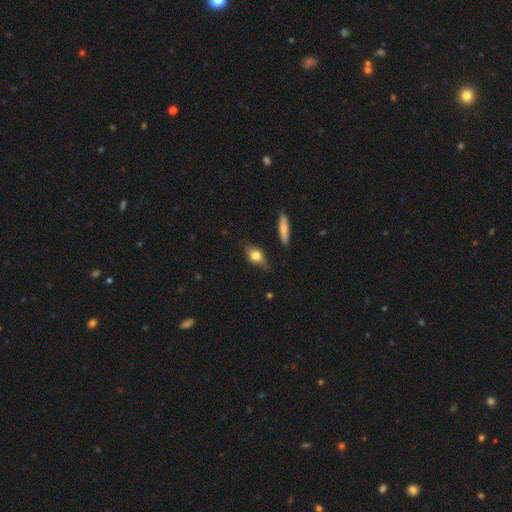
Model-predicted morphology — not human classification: This is likely a smooth galaxy (66%). How rounded: likely in between (71%). Merging: likely none (70%).